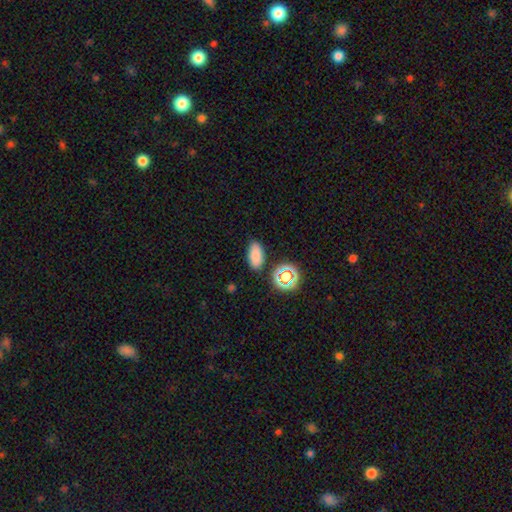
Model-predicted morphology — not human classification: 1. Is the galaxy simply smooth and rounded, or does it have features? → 79% smooth, 15% star or artifact, 6% featured or disk.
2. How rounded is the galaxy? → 89% in between, 7% round, 4% cigar-shaped.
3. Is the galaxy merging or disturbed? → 83% none, 10% minor disturbance, 4% merger, 3% major disturbance.